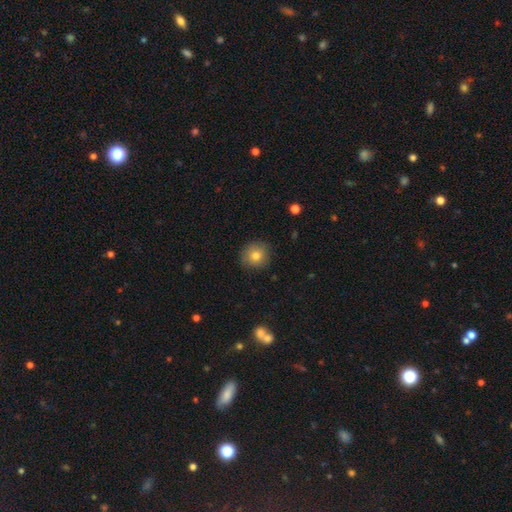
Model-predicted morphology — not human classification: smooth 80%, featured or disk 10%, star or artifact 10%. Down the decision tree: how rounded — round (91%); merging — none (87%).